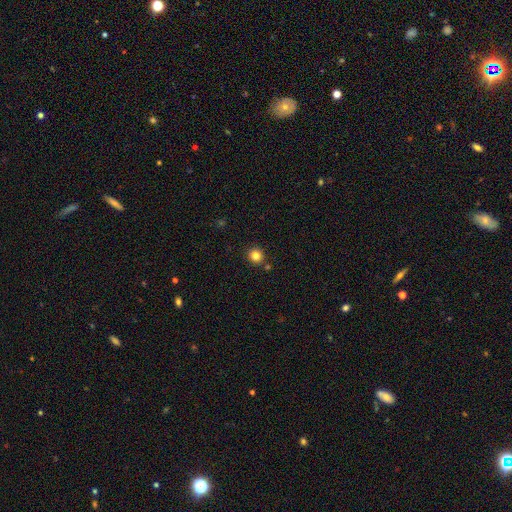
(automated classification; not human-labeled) smooth 82%, star or artifact 13%, featured or disk 5%. Down the decision tree: how rounded — round (92%); merging — none (87%).